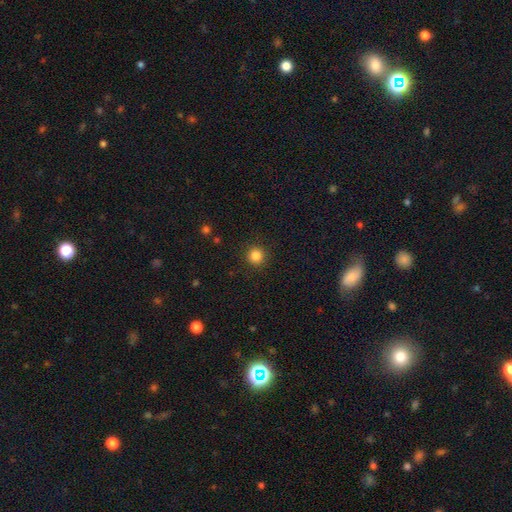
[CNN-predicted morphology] Smooth or featured: smooth — 85% (star or artifact — 12%)
How rounded: round — 94% (in between — 5%)
Merging: none — 92% (minor disturbance — 5%)